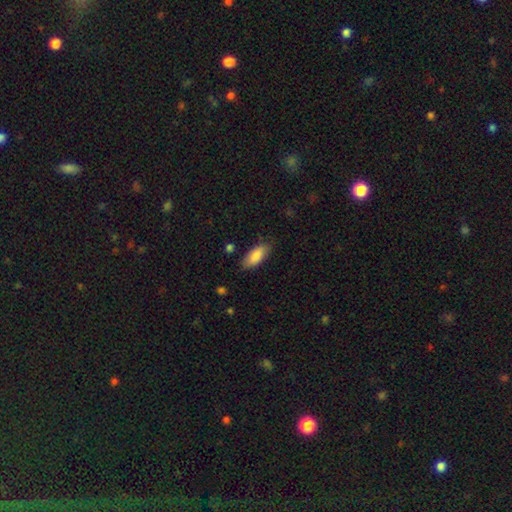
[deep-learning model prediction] This appears to be a smooth galaxy with no disk features (85%) that is in between round and cigar-shaped (85%). Merging: none (79%).